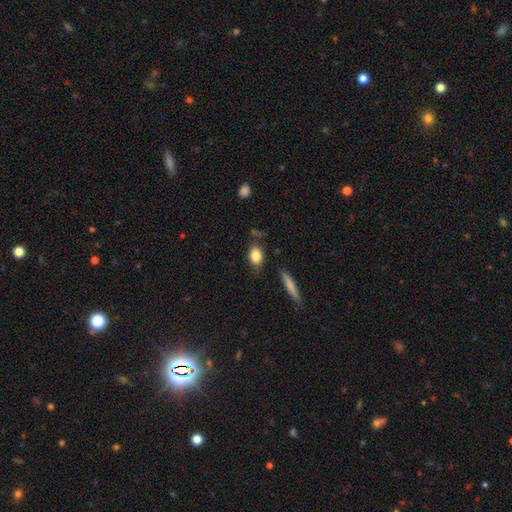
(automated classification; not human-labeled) Smooth or featured?
  - smooth: 84% *
  - featured or disk: 9%
  - star or artifact: 8%
How rounded?
  - in between: 72% *
  - round: 23%
  - cigar-shaped: 4%
Merging?
  - none: 75% *
  - minor disturbance: 16%
  - merger: 5%
  - major disturbance: 4%